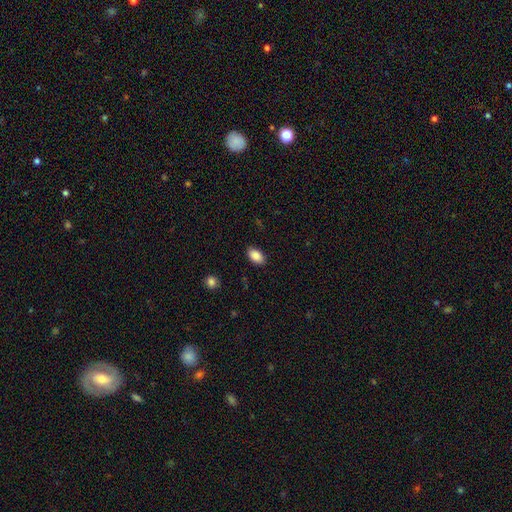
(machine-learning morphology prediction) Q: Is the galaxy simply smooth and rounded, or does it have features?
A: smooth — 89%.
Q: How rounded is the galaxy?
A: in between — 92%.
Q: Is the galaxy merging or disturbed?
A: none — 87%.